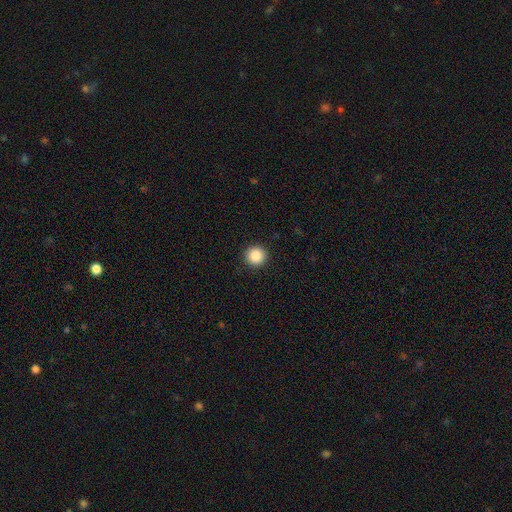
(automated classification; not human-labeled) The model was most divided on "smooth or featured": smooth: 87%, star or artifact: 9%, featured or disk: 4%. More confident: how rounded — round (95%); merging — none (93%).